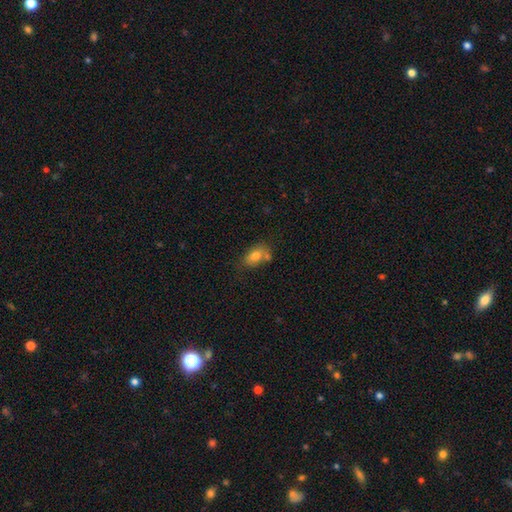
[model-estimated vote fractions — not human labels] Smooth or featured? Predicted: smooth (p=0.76). How rounded? Predicted: in between (p=0.84). Merging? Predicted: none (p=0.48).